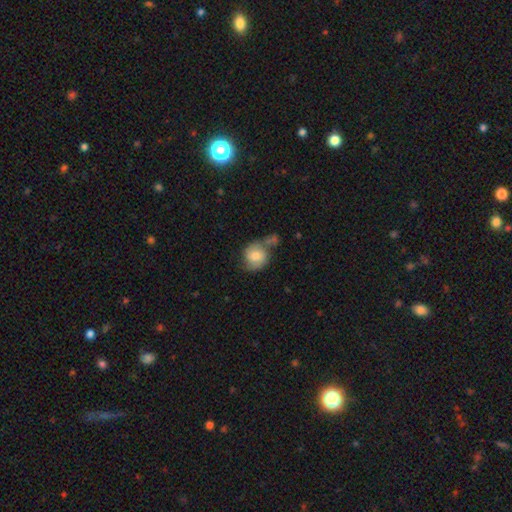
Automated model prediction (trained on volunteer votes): smooth_or_featured: smooth (p=0.54) [alt: featured or disk p=0.38]
how_rounded: round (p=0.77) [alt: in between p=0.22]
merging: none (p=0.46) [alt: minor disturbance p=0.22]